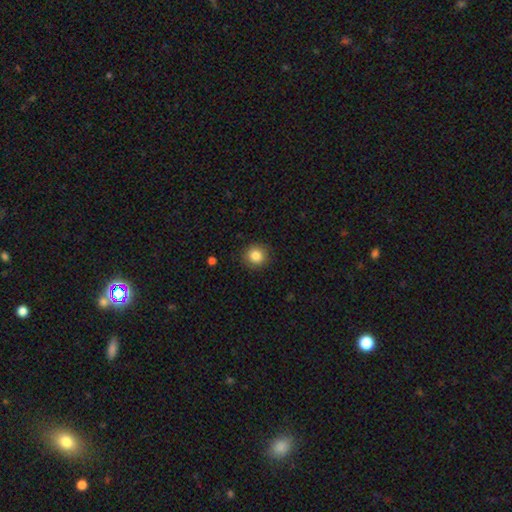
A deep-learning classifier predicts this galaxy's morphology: type=smooth (86%); roundness=round (91%); merging=none (90%).